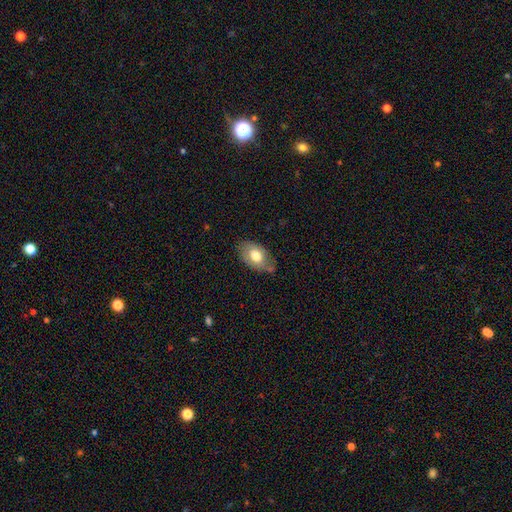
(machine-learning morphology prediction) type=smooth (67%); roundness=in between (89%); merging=none (63%).